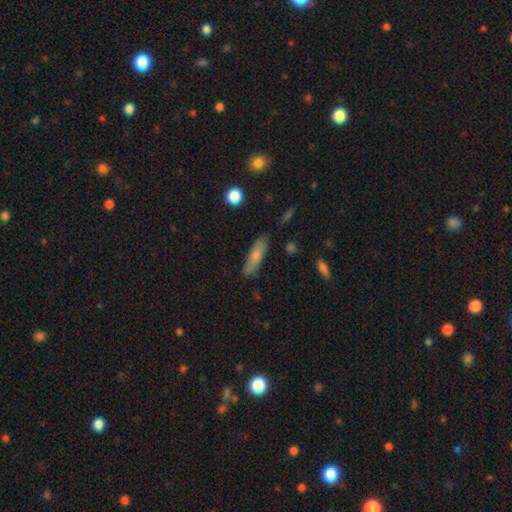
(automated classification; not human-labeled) smooth 69%, featured or disk 25%, star or artifact 7%. Down the decision tree: how rounded — cigar-shaped (61%); merging — none (80%).